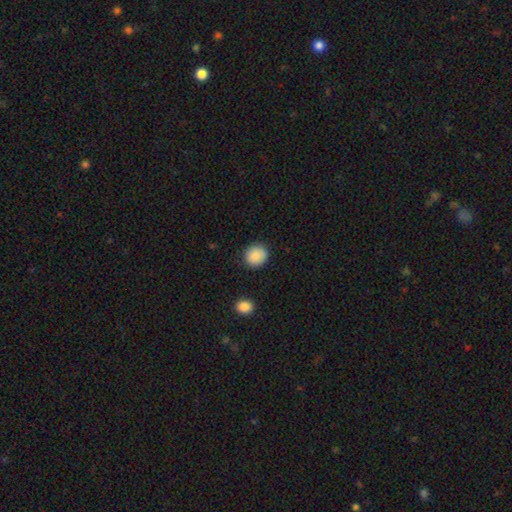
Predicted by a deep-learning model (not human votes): This appears to be a smooth galaxy with no disk features (89%) that is round (85%). Merging: none (88%).